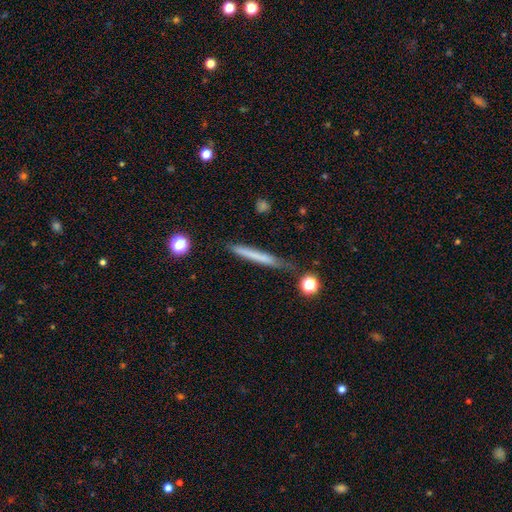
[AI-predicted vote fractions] The model was most divided on "smooth or featured": smooth: 63%, featured or disk: 30%, star or artifact: 7%. More confident: how rounded — cigar-shaped (96%); merging — none (77%).